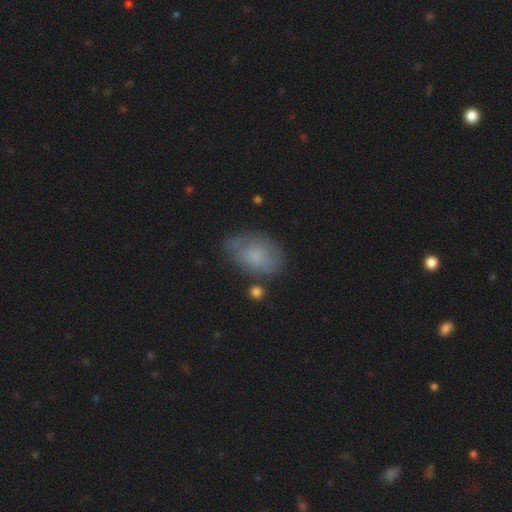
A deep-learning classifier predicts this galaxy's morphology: Smooth or featured? smooth (67%)
How rounded? in between (85%)
Merging? none (62%)